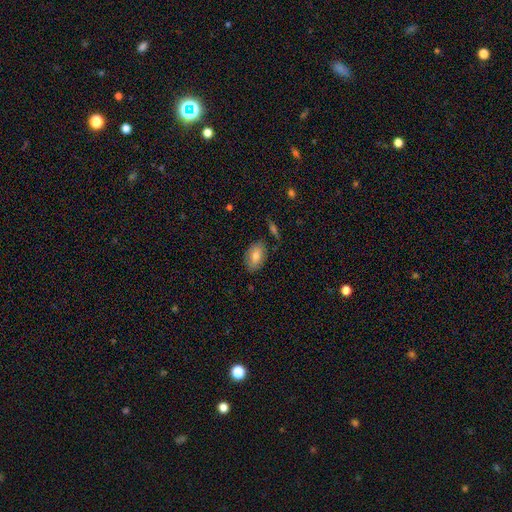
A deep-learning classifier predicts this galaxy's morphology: smooth-or-featured: smooth: 76% | featured or disk: 17% | star or artifact: 7%
  how-rounded: in between: 91% | round: 7% | cigar-shaped: 2%
  merging: none: 79% | minor disturbance: 15% | merger: 4% | major disturbance: 3%